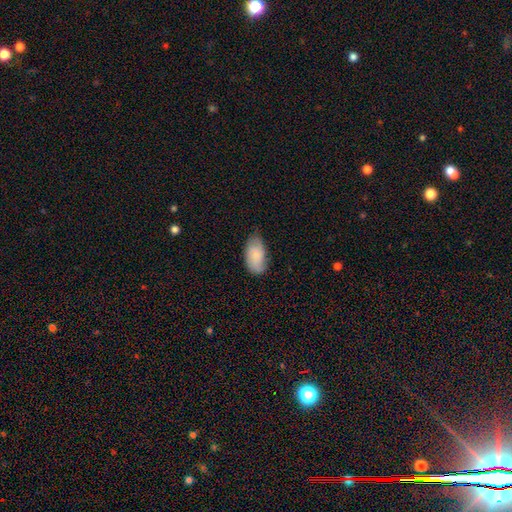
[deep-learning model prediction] Morphology: type=smooth (76%); roundness=in between (94%); merging=none (66%).